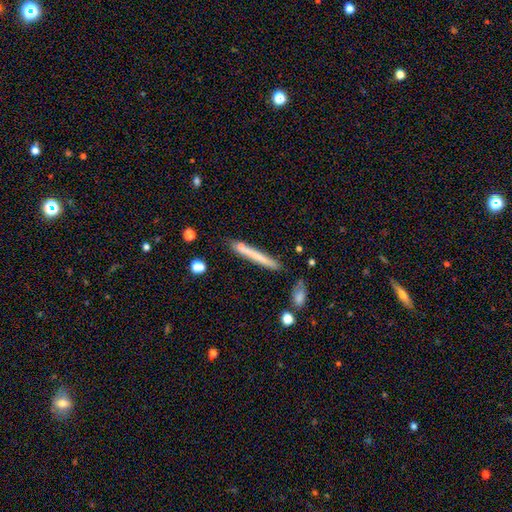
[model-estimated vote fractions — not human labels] Smooth or featured: smooth — 63% (featured or disk — 30%)
How rounded: cigar-shaped — 96% (in between — 2%)
Merging: none — 79% (minor disturbance — 13%)